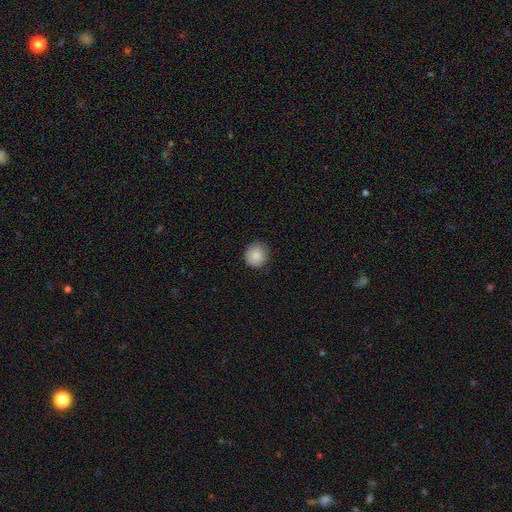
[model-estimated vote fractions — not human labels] The model was most divided on "merging": none: 88%, minor disturbance: 9%, major disturbance: 2%, merger: 1%. More confident: how rounded — round (91%); smooth or featured — smooth (88%).